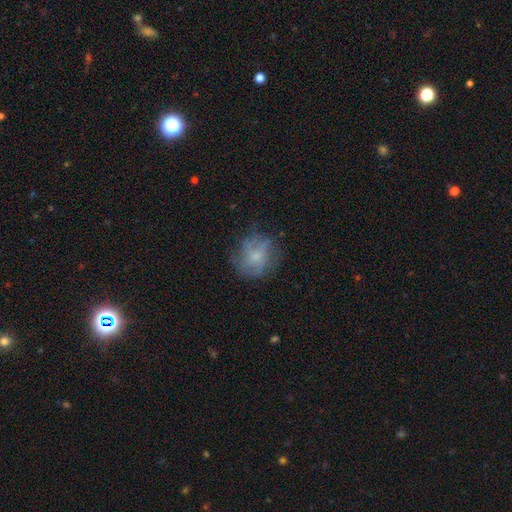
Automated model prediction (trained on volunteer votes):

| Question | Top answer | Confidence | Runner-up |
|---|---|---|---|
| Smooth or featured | smooth | 50% | featured or disk (39%) |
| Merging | none | 63% | minor disturbance (22%) |